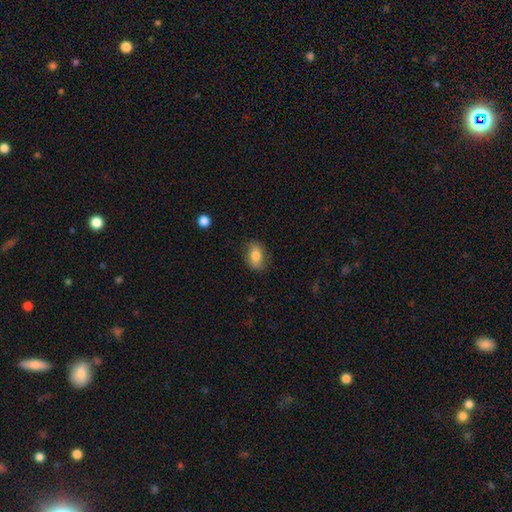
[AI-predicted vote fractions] This is likely a smooth galaxy (80%). How rounded: clearly in between (83%). Merging: likely none (79%).